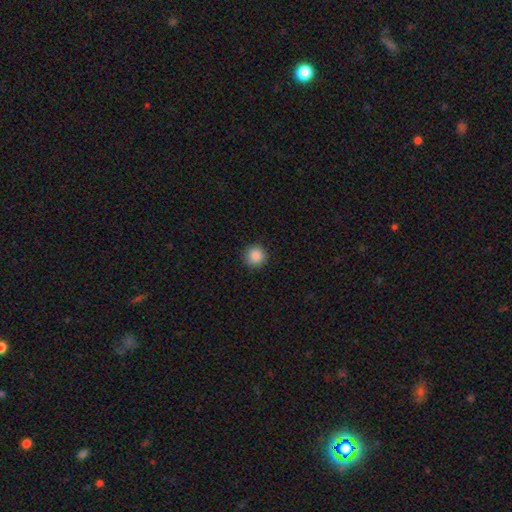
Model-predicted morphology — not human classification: smooth-or-featured: smooth: 87% | star or artifact: 10% | featured or disk: 3%
  how-rounded: round: 95% | in between: 4% | cigar-shaped: 1%
  merging: none: 91% | minor disturbance: 6% | major disturbance: 2% | merger: 1%